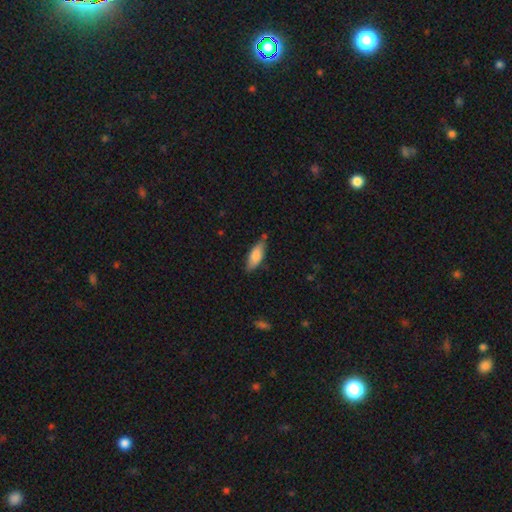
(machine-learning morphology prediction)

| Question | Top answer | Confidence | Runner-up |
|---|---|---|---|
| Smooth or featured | smooth | 79% | featured or disk (15%) |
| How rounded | in between | 68% | cigar-shaped (30%) |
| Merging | none | 69% | minor disturbance (23%) |